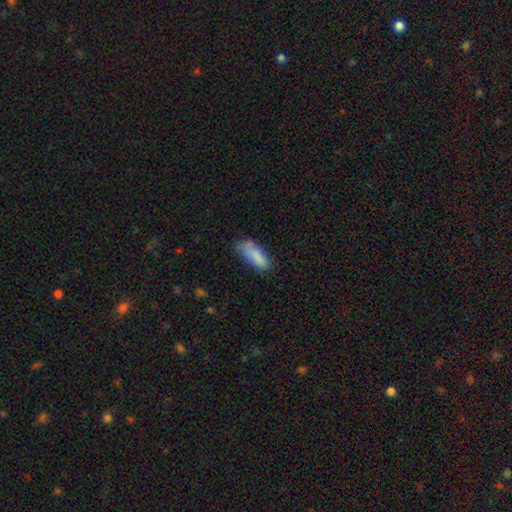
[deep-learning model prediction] This is clearly a smooth galaxy (81%). How rounded: likely in between (67%). Merging: possibly none (46%).